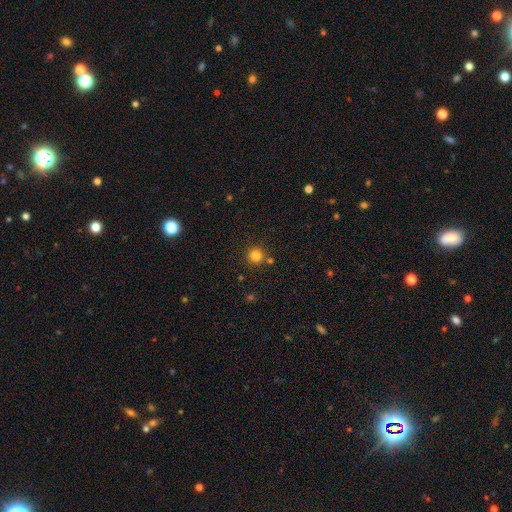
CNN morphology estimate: This appears to be a smooth galaxy with no disk features (82%) that is round (94%). Merging: none (82%).